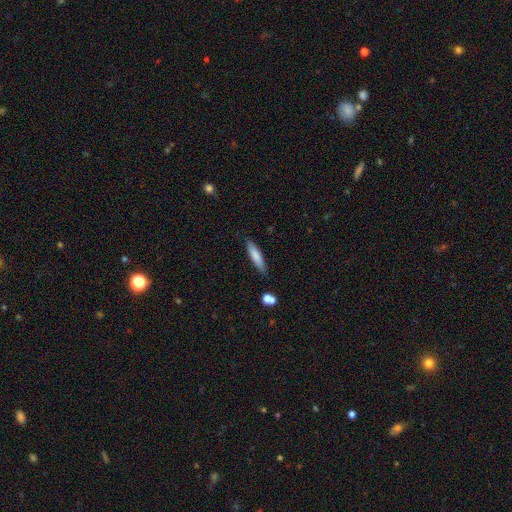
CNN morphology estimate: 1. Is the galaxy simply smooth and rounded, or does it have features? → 78% smooth, 16% featured or disk, 6% star or artifact.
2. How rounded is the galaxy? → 81% cigar-shaped, 18% in between, 1% round.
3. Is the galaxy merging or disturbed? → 85% none, 10% minor disturbance, 2% merger, 2% major disturbance.